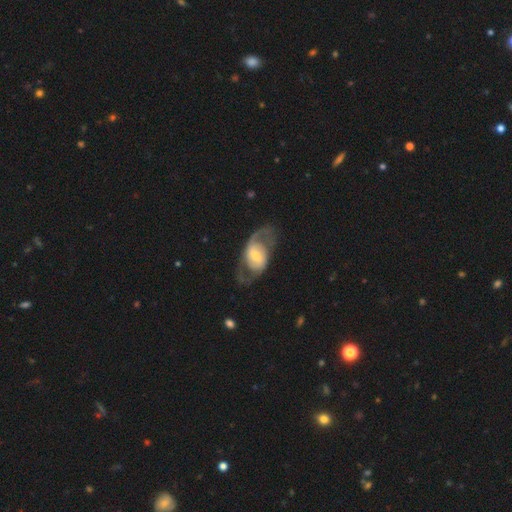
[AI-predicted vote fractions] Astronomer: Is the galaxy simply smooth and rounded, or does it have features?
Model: featured or disk — 77%.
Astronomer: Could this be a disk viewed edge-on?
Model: no — 95%.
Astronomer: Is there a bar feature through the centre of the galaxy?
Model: weak — 45% (runner-up: no, 34%).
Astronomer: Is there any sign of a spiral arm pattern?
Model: yes — 84%.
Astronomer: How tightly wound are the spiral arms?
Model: medium — 47% (runner-up: loose, 35%).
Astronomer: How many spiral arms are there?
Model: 2 — 85%.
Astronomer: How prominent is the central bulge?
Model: moderate — 45% (runner-up: small, 38%).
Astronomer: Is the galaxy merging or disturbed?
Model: none — 64%.